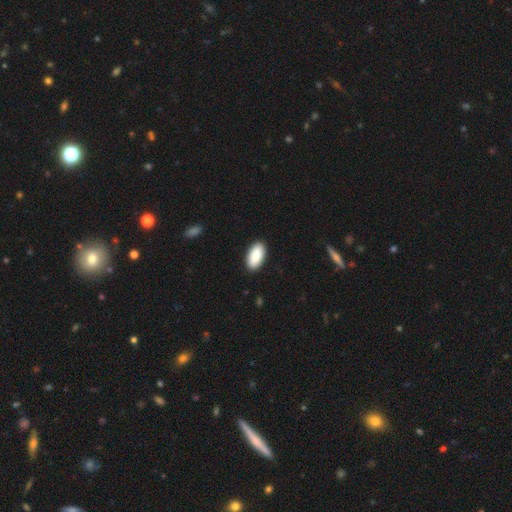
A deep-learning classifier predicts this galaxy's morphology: type=smooth (91%); roundness=in between (95%); merging=none (90%).